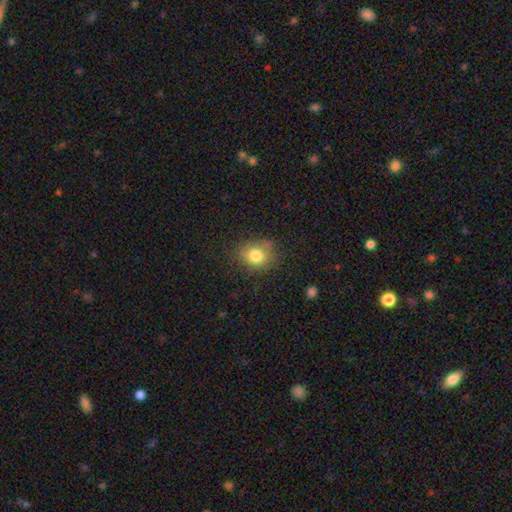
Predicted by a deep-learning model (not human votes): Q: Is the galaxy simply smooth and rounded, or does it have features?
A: smooth — 80%.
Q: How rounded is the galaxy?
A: round — 62%.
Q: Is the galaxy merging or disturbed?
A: none — 72%.